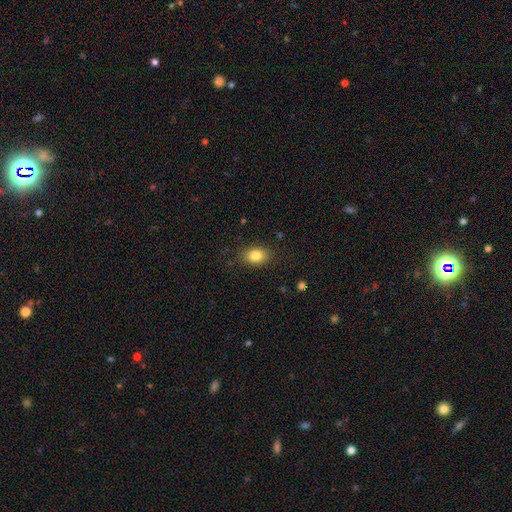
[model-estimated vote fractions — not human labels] smooth_or_featured: smooth (p=0.82) [alt: star or artifact p=0.09]
how_rounded: in between (p=0.76) [alt: round p=0.22]
merging: none (p=0.85) [alt: minor disturbance p=0.11]